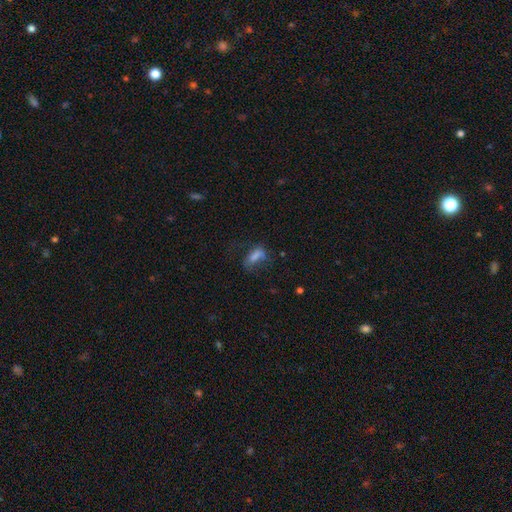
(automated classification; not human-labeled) smooth_or_featured: smooth (p=0.61) [alt: featured or disk p=0.23]
how_rounded: in between (p=0.72) [alt: cigar-shaped p=0.21]
merging: none (p=0.40) [alt: major disturbance p=0.31]